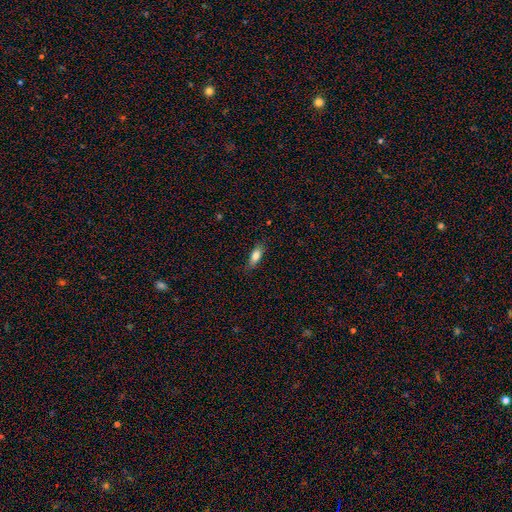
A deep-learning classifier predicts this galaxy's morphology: type=smooth (80%); roundness=in between (74%); merging=none (80%).